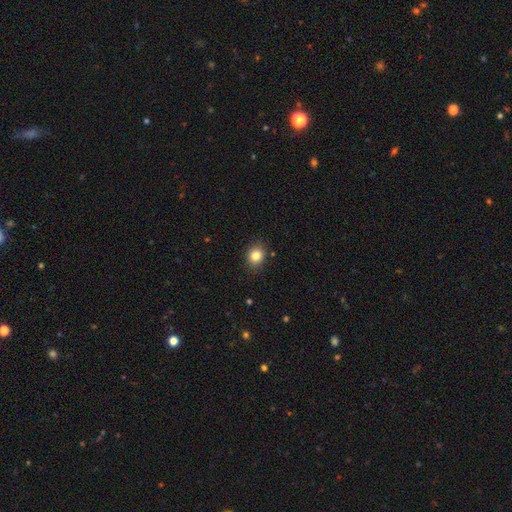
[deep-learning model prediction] A smooth galaxy with no disk features (83%) that is round (60%). Merging: none (87%).